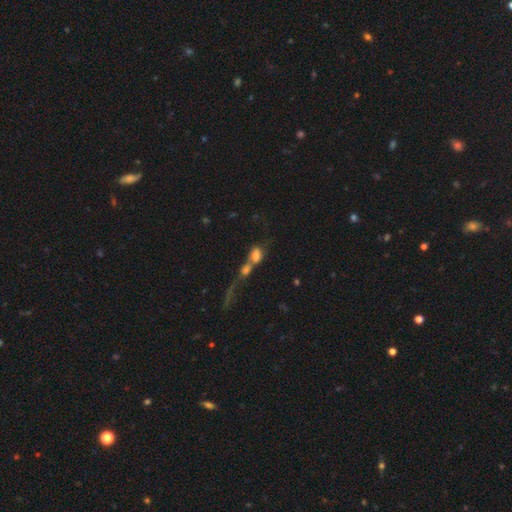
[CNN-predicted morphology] Smooth or featured?
  - smooth: 66% *
  - featured or disk: 21%
  - star or artifact: 12%
How rounded?
  - in between: 67% *
  - round: 27%
  - cigar-shaped: 6%
Merging?
  - merger: 76% *
  - none: 10%
  - major disturbance: 9%
  - minor disturbance: 5%